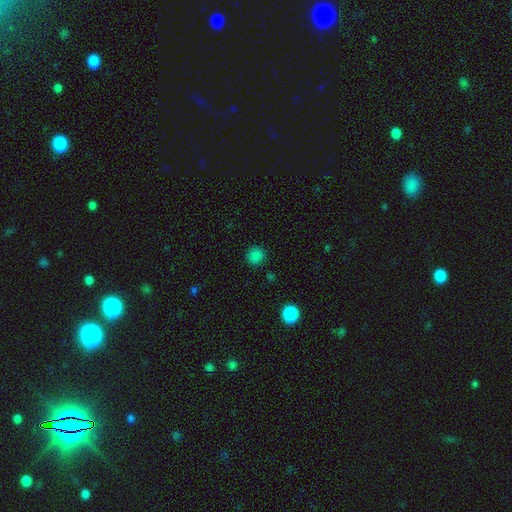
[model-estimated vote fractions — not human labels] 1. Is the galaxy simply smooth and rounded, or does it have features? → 82% smooth, 15% star or artifact, 3% featured or disk.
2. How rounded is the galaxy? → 90% round, 9% in between, 1% cigar-shaped.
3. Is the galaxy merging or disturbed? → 88% none, 8% minor disturbance, 3% major disturbance, 2% merger.